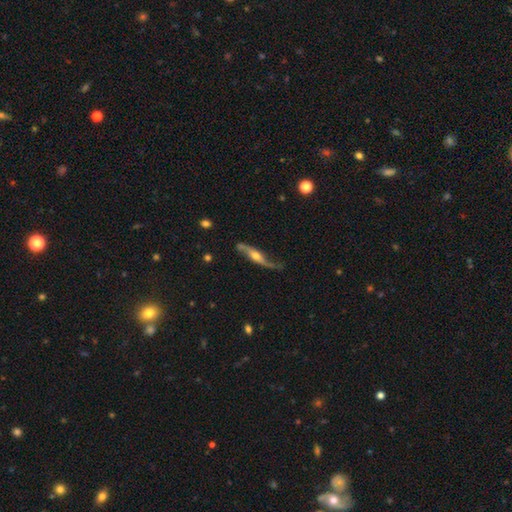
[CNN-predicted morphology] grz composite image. It shows a featured or disk galaxy (79%). Merging: none (59%).